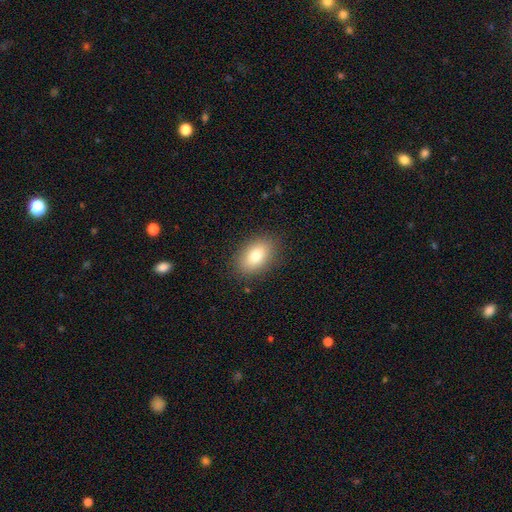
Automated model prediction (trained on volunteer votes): This appears to be a smooth galaxy with no disk features (81%) that is in between round and cigar-shaped (88%). Merging: none (87%).